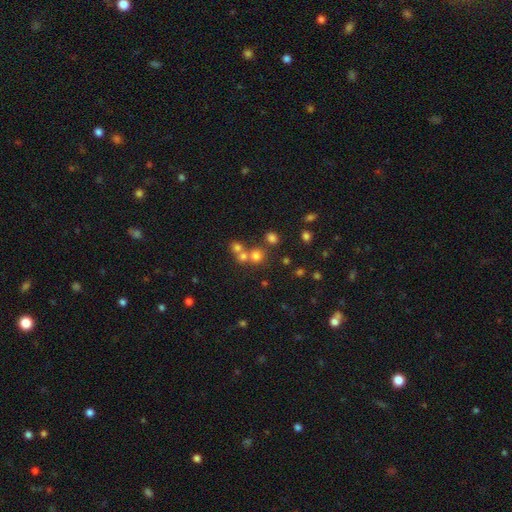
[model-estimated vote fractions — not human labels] Overall: smooth (68%). How rounded: round (88%). Merging: none (56%; merger 34%).